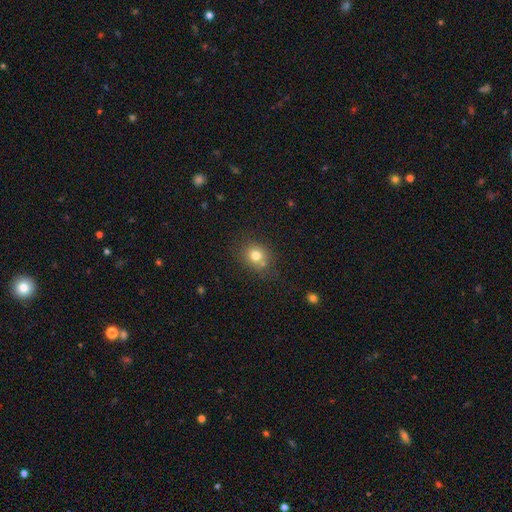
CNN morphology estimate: smooth 76%, star or artifact 13%, featured or disk 10%. Down the decision tree: how rounded — round (76%); merging — none (69%).